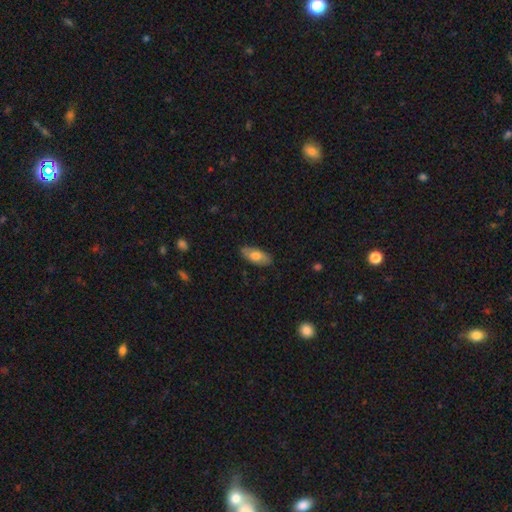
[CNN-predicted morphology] This is likely a smooth galaxy (68%). How rounded: clearly in between (85%). Merging: clearly none (83%).